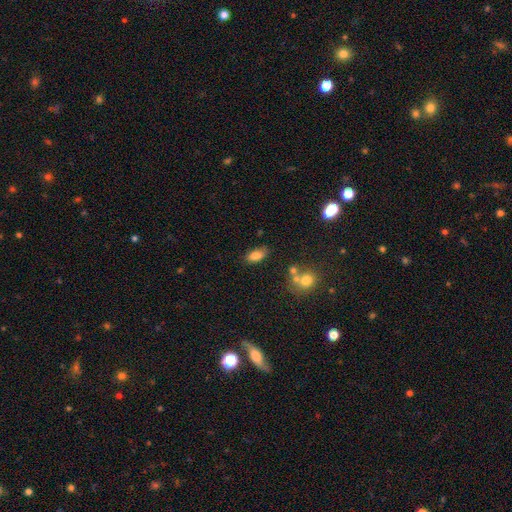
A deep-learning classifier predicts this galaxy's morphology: This appears to be a smooth galaxy with no disk features (81%) that is in between round and cigar-shaped (89%). Merging: none (74%).